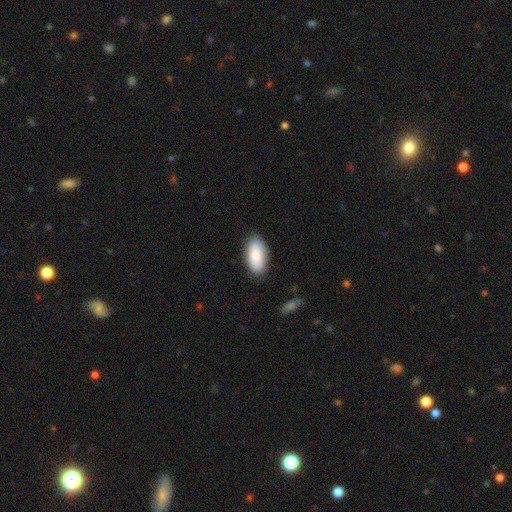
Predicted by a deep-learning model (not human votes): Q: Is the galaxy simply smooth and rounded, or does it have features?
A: smooth — 87%.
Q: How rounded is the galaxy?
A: in between — 92%.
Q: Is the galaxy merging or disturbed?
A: none — 85%.